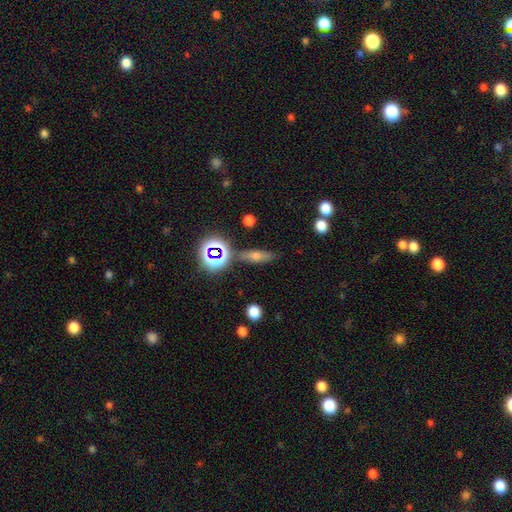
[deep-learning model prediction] A smooth galaxy with no disk features (49%).

Vote fractions:
- Smooth or featured? smooth: 49% / featured or disk: 28% / star or artifact: 23%
- Merging? none: 79% / minor disturbance: 12% / merger: 5% / major disturbance: 4%